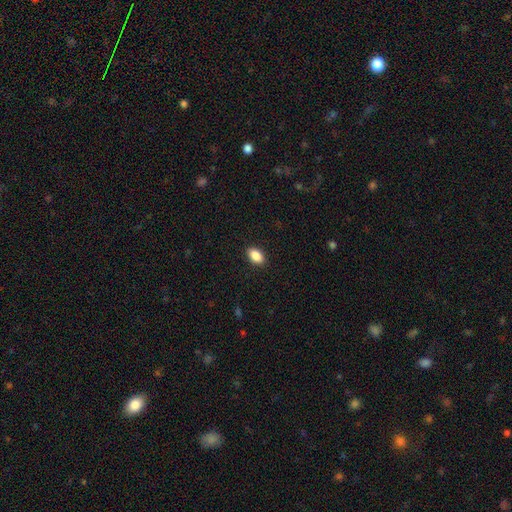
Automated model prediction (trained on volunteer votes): Smooth or featured? Predicted: smooth (p=0.88). How rounded? Predicted: in between (p=0.90). Merging? Predicted: none (p=0.90).